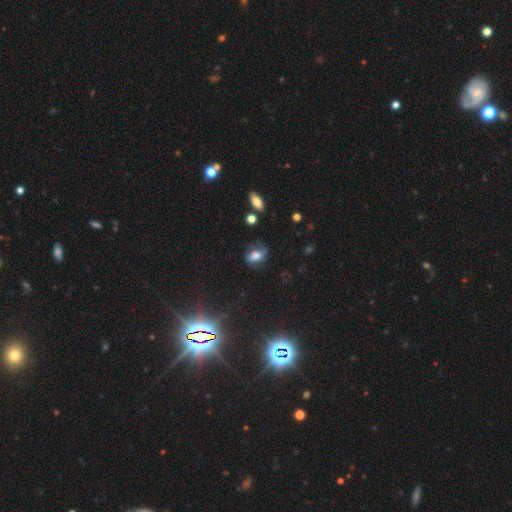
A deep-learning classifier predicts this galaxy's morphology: smooth-or-featured: smooth: 64% | featured or disk: 23% | star or artifact: 13%
  how-rounded: in between: 81% | round: 15% | cigar-shaped: 3%
  merging: none: 51% | minor disturbance: 29% | major disturbance: 16% | merger: 3%